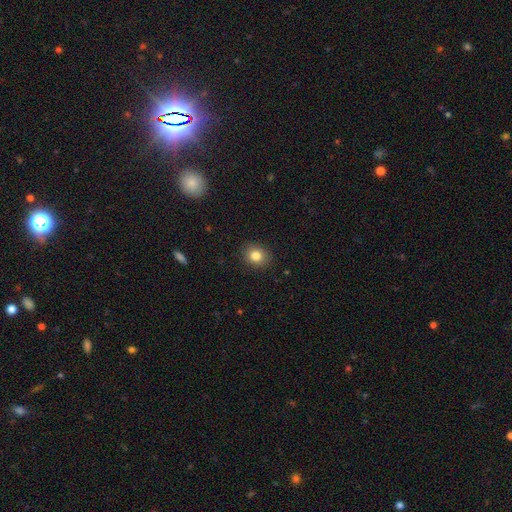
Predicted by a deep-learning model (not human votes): Smooth or featured? smooth (82%)
How rounded? round (65%)
Merging? none (89%)